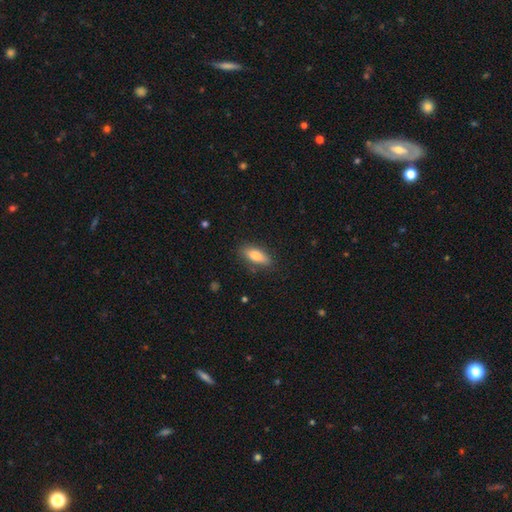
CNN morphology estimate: A smooth galaxy with no disk features (78%) that is in between round and cigar-shaped (74%).

Vote fractions:
- Smooth or featured? smooth: 78% / featured or disk: 15% / star or artifact: 7%
- How rounded? in between: 74% / cigar-shaped: 23% / round: 3%
- Merging? none: 82% / minor disturbance: 14% / major disturbance: 3% / merger: 2%